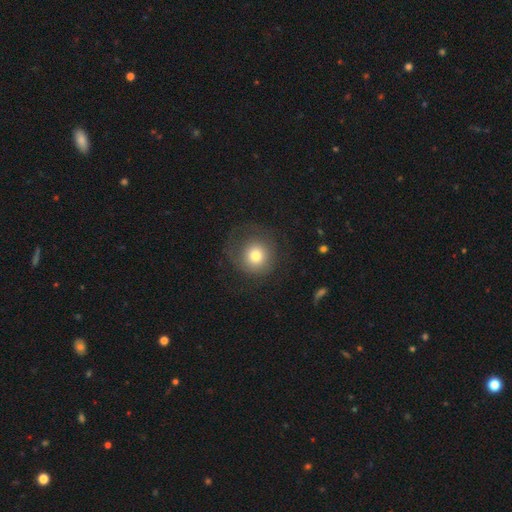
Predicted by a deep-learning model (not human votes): Smooth or featured?
  - smooth: 72% *
  - featured or disk: 17%
  - star or artifact: 11%
How rounded?
  - round: 91% *
  - in between: 8%
  - cigar-shaped: 1%
Merging?
  - none: 66% *
  - major disturbance: 16%
  - minor disturbance: 16%
  - merger: 1%